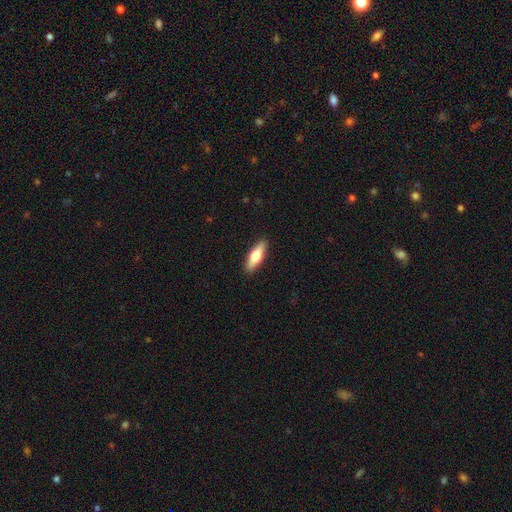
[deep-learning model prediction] smooth_or_featured: smooth (p=0.62) [alt: featured or disk p=0.32]
how_rounded: cigar-shaped (p=0.52) [alt: in between p=0.45]
merging: none (p=0.90) [alt: minor disturbance p=0.07]